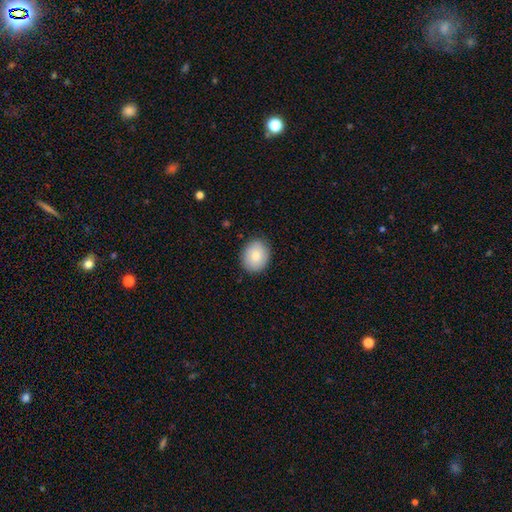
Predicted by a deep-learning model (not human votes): This is clearly a smooth galaxy (82%). How rounded: likely round (62%). Merging: clearly none (88%).